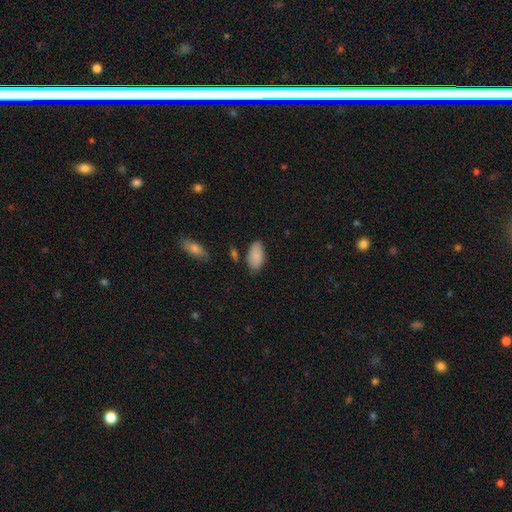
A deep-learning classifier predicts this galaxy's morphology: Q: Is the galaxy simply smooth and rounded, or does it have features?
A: smooth — 86%.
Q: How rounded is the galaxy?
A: in between — 95%.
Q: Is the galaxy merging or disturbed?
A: none — 75%.